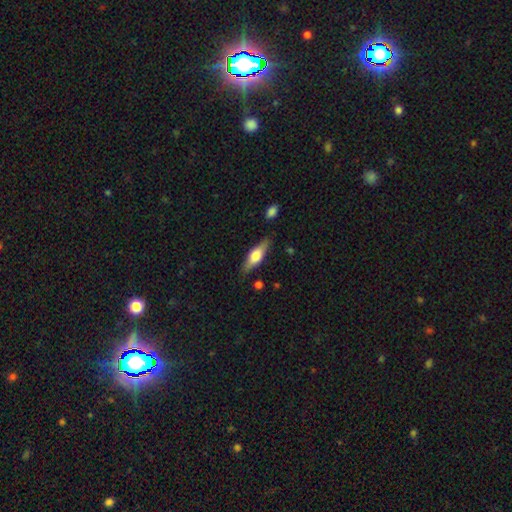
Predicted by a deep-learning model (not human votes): smooth_or_featured: featured or disk (p=0.47) [tied with: smooth p=0.47]
merging: none (p=0.84) [alt: minor disturbance p=0.12]